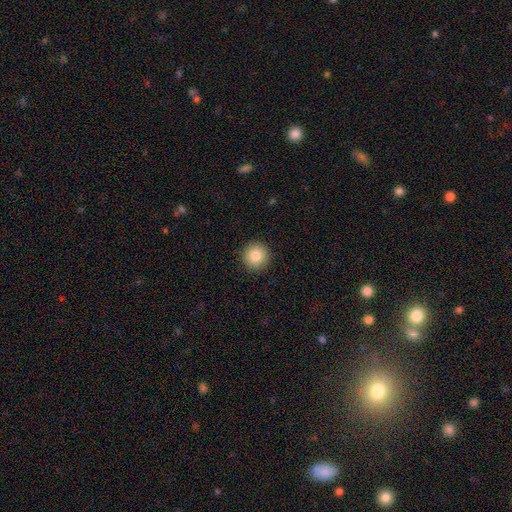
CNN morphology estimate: This appears to be a smooth galaxy with no disk features (84%) that is round (95%). Merging: none (92%).